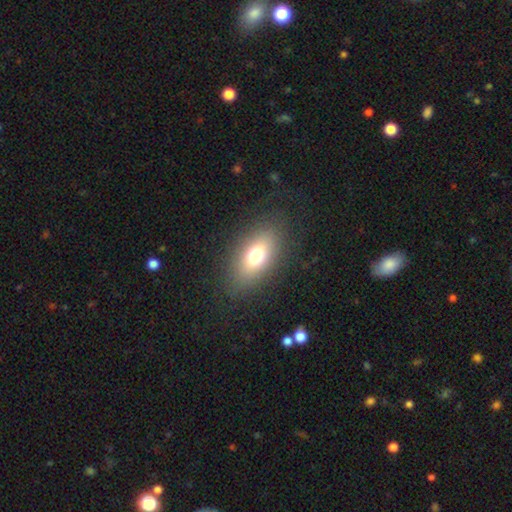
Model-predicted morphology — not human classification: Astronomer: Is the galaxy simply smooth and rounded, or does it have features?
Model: smooth — 71%.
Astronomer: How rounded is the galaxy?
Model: in between — 84%.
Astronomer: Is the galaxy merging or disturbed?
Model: none — 83%.